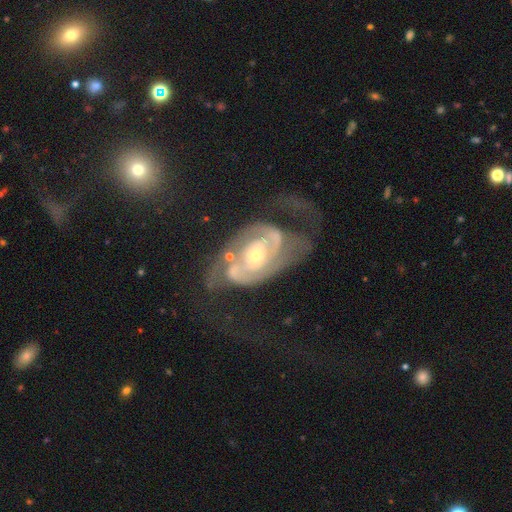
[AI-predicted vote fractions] Smooth or featured: featured or disk — 89% (smooth — 6%)
Edge-on disk: no — 96% (yes — 4%)
Bar: no — 56% (weak — 31%)
Spiral arms: yes — 95% (no — 5%)
Spiral winding: tight — 45% (medium — 40%)
Spiral arm count: 2 — 76% (can't tell — 10%)
Bulge size: moderate — 48% (small — 46%)
Merging: none — 46% (major disturbance — 30%)